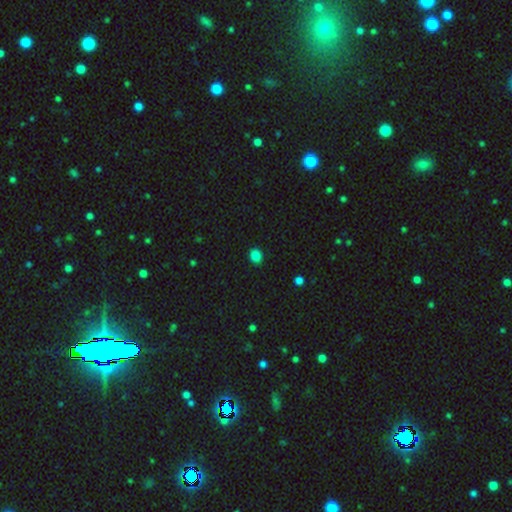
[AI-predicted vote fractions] This is clearly a smooth galaxy (85%). How rounded: possibly round (58%). Merging: clearly none (90%).